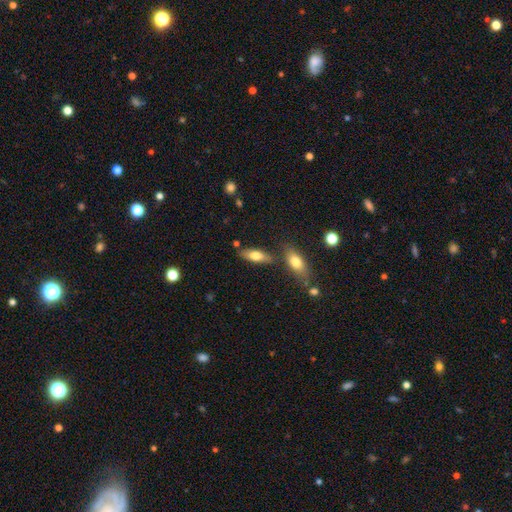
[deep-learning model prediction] Smooth or featured?
  - smooth: 72% *
  - featured or disk: 22%
  - star or artifact: 7%
How rounded?
  - in between: 71% *
  - cigar-shaped: 26%
  - round: 2%
Merging?
  - none: 72% *
  - minor disturbance: 13%
  - merger: 11%
  - major disturbance: 3%